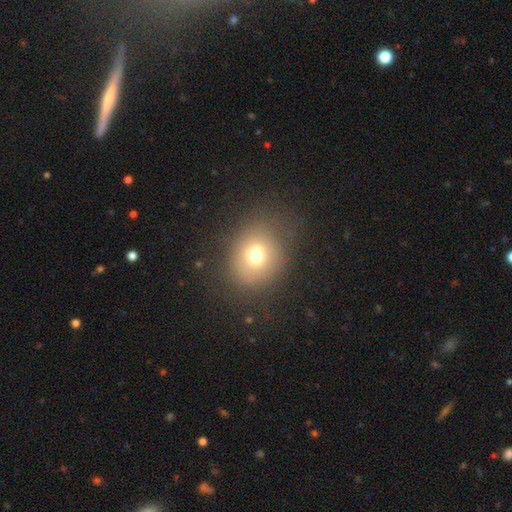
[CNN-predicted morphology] Smooth or featured? smooth (66%)
How rounded? round (70%)
Merging? none (66%)